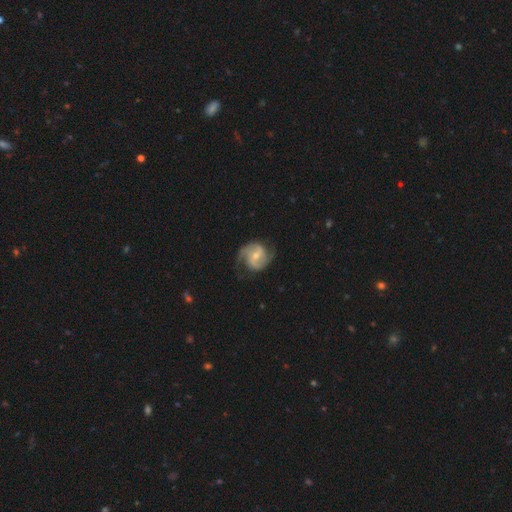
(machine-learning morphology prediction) Q: Smooth or featured?
A: featured or disk (87%); runner-up: smooth (9%)
Q: Edge-on disk?
A: no (98%); runner-up: yes (2%)
Q: Bar?
A: weak (48%); runner-up: no (29%)
Q: Spiral arms?
A: yes (97%); runner-up: no (3%)
Q: Spiral winding?
A: medium (52%); runner-up: loose (25%)
Q: Spiral arm count?
A: 2 (86%); runner-up: 3 (5%)
Q: Bulge size?
A: moderate (50%); runner-up: small (45%)
Q: Merging?
A: none (74%); runner-up: minor disturbance (17%)